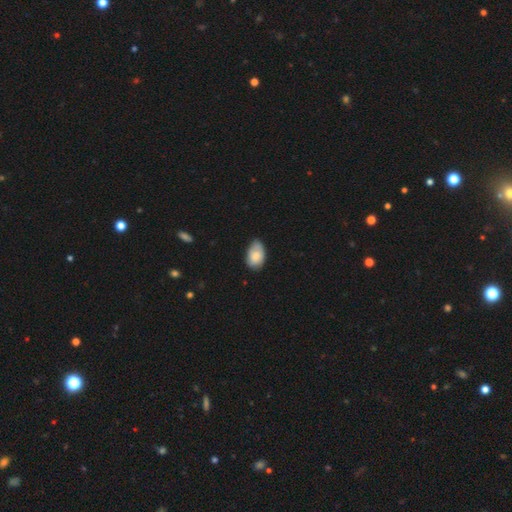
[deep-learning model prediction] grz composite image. It shows a smooth galaxy with no disk features (79%) that is in between round and cigar-shaped (91%). Merging: none (62%).